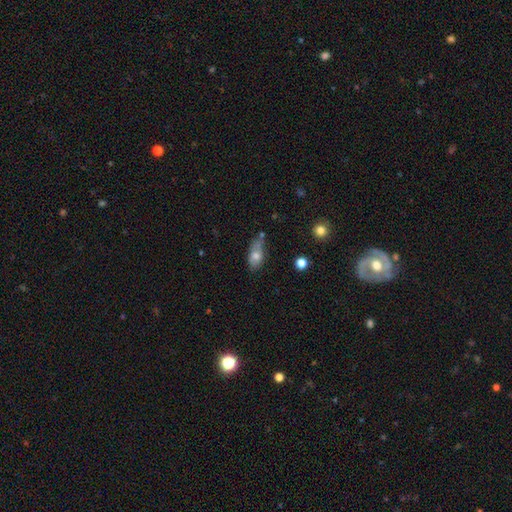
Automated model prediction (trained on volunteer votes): smooth 69%, featured or disk 21%, star or artifact 9%. Down the decision tree: how rounded — in between (82%); merging — none (46%).